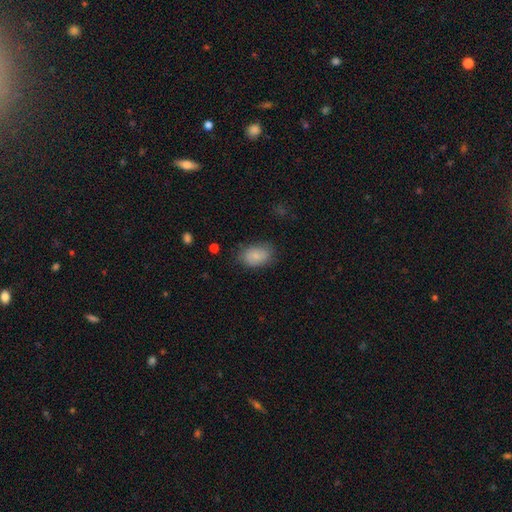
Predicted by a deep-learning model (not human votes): smooth_or_featured: smooth (p=0.82) [alt: featured or disk p=0.10]
how_rounded: in between (p=0.85) [alt: round p=0.13]
merging: none (p=0.75) [alt: minor disturbance p=0.18]